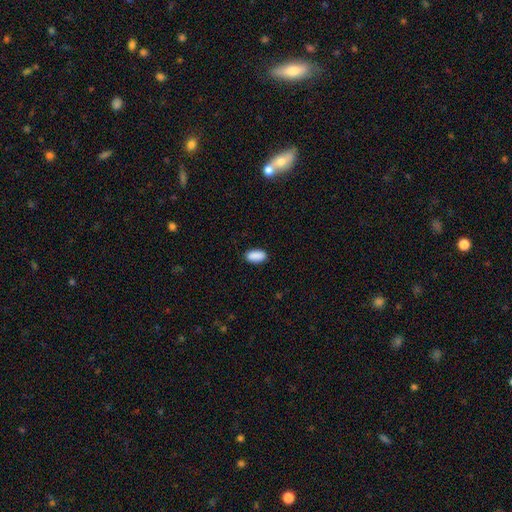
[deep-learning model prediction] This appears to be a smooth galaxy with no disk features (89%) that is in between round and cigar-shaped (91%). Merging: none (86%).